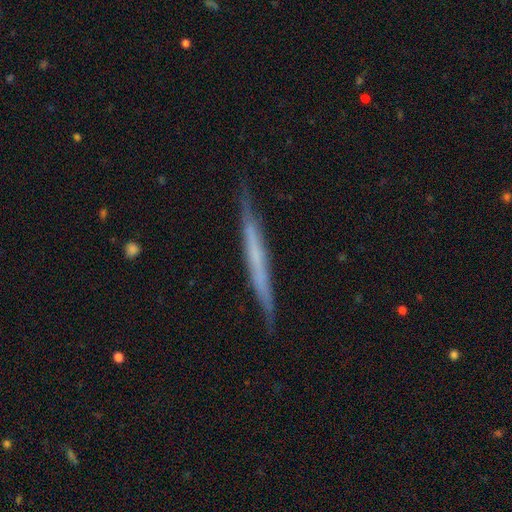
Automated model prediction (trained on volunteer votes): Q: Smooth or featured?
A: featured or disk (57%); runner-up: smooth (37%)
Q: Edge-on disk?
A: yes (96%); runner-up: no (4%)
Q: Edge-on bulge?
A: none (85%); runner-up: rounded (8%)
Q: Merging?
A: none (86%); runner-up: minor disturbance (11%)